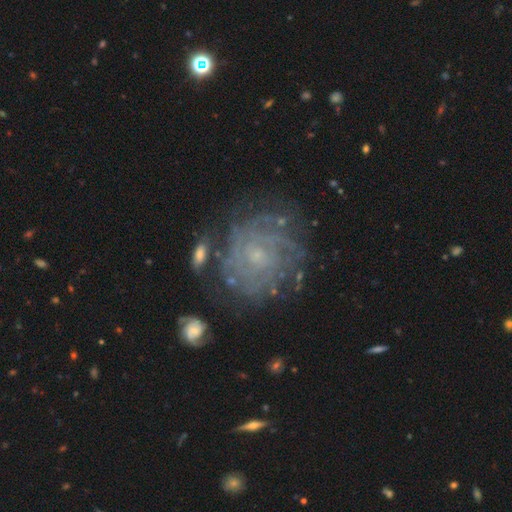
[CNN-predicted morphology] The model was most divided on "spiral arm count": can't tell: 46%, 4: 15%, 3: 11%, 2: 11%, more than 4: 10%, 1: 7%. More confident: edge-on disk — no (97%); spiral arms — yes (92%); smooth or featured — featured or disk (80%); spiral winding — tight (77%); bulge size — small (76%); merging — none (73%); bar — no (72%).